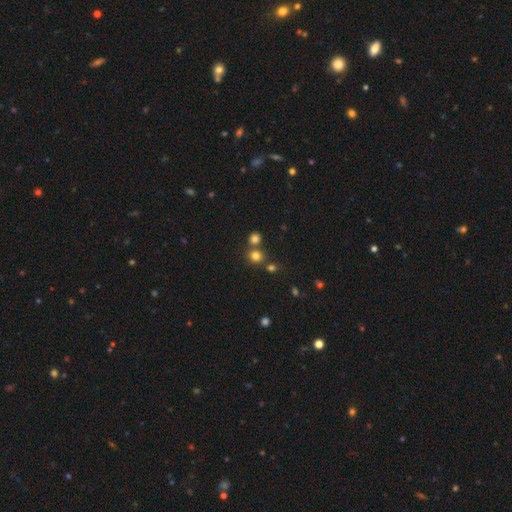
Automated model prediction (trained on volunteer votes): smooth-or-featured: smooth: 76% | star or artifact: 18% | featured or disk: 6%
  how-rounded: round: 87% | in between: 12% | cigar-shaped: 1%
  merging: none: 67% | merger: 22% | minor disturbance: 7% | major disturbance: 3%